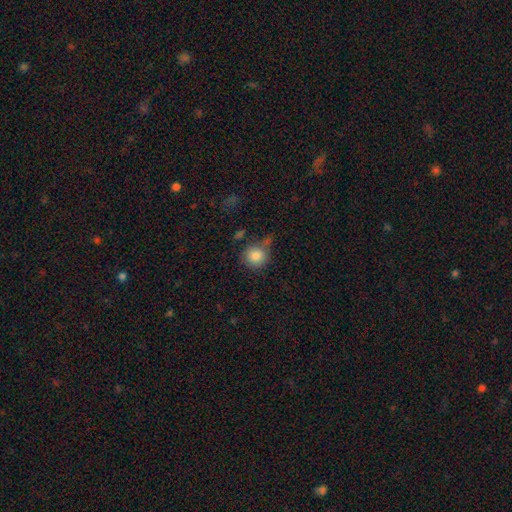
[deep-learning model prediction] A smooth galaxy with no disk features (85%) that is round (88%).

Vote fractions:
- Smooth or featured? smooth: 85% / star or artifact: 9% / featured or disk: 6%
- How rounded? round: 88% / in between: 11% / cigar-shaped: 1%
- Merging? none: 59% / minor disturbance: 22% / merger: 10% / major disturbance: 8%